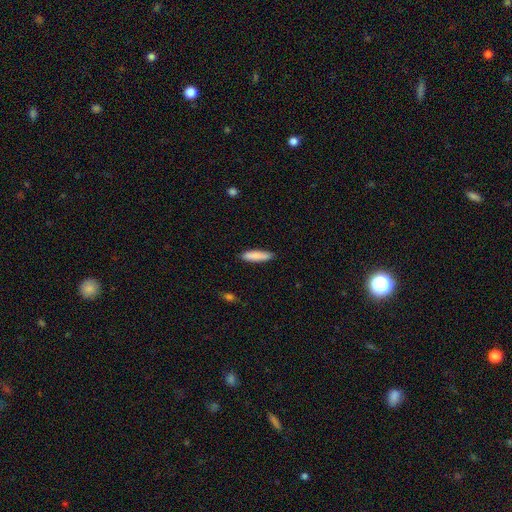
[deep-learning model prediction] A smooth galaxy with no disk features (86%) that is cigar-shaped (73%). Merging: none (87%).